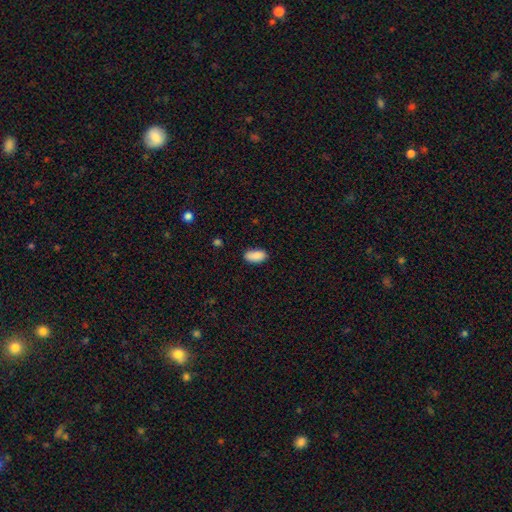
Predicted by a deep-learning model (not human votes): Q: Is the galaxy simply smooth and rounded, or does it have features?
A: smooth — 89%.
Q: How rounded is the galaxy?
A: in between — 93%.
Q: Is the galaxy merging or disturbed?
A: none — 82%.